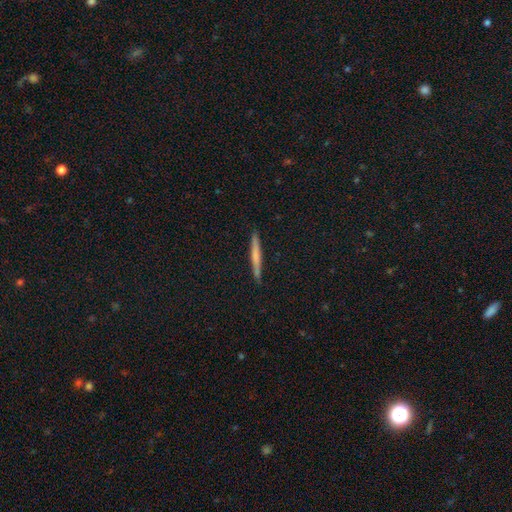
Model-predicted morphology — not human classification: A smooth galaxy with no disk features (57%) that is cigar-shaped (96%). Merging: none (90%).